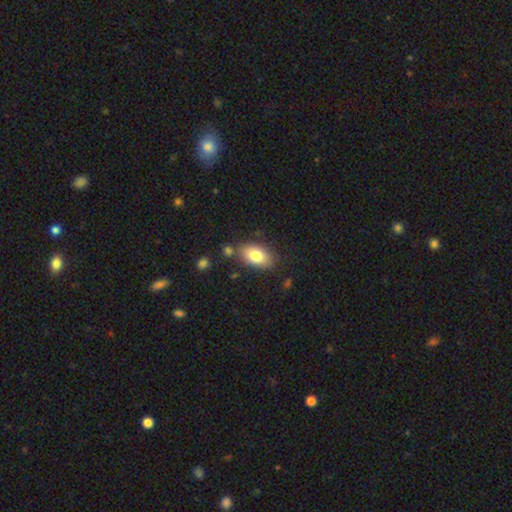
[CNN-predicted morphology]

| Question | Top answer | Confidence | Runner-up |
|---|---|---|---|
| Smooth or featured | smooth | 80% | featured or disk (13%) |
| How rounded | in between | 91% | round (6%) |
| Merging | none | 76% | minor disturbance (13%) |